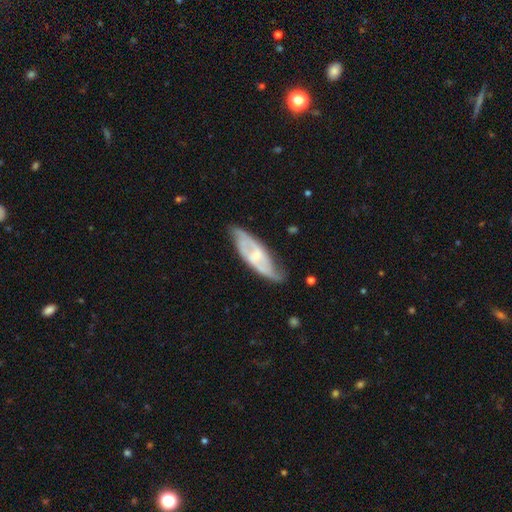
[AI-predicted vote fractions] smooth-or-featured: featured or disk: 71% | smooth: 23% | star or artifact: 6%
  disk-edge-on: no: 81% | yes: 19%
    bar: weak: 45% | no: 35% | strong: 20%
    has-spiral-arms: yes: 87% | no: 13%
      spiral-winding: medium: 44% | loose: 31% | tight: 25%
      spiral-arm-count: 2: 71% | can't tell: 18% | 3: 5% | 1: 3% | 4: 2% | more than 4: 1%
    bulge-size: small: 43% | moderate: 29% | none: 23% | large: 4% | dominant: 1%
  merging: none: 65% | minor disturbance: 25% | major disturbance: 8% | merger: 2%